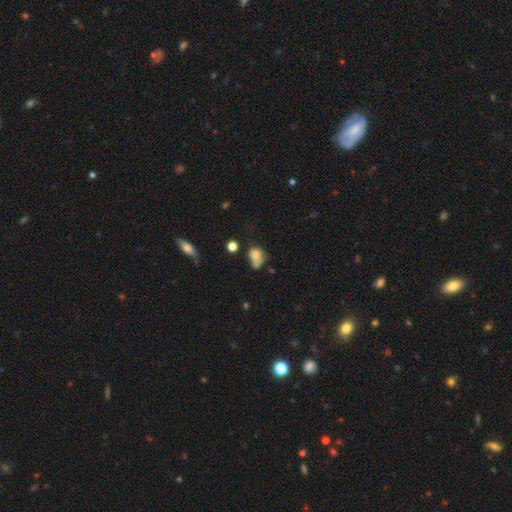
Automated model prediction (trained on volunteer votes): smooth_or_featured: smooth (p=0.72) [alt: featured or disk p=0.16]
how_rounded: in between (p=0.62) [alt: round p=0.36]
merging: minor disturbance (p=0.30) [alt: none p=0.27]